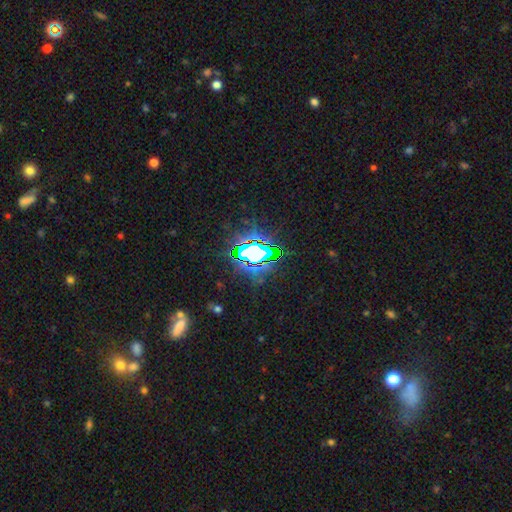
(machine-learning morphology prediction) Q: Smooth or featured?
A: star or artifact (75%); runner-up: smooth (14%)